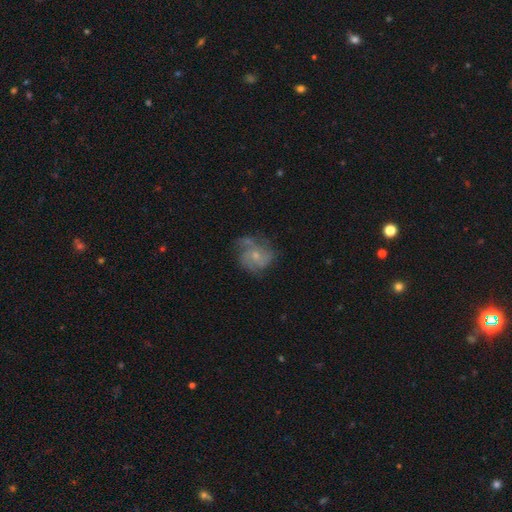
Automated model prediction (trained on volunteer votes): Morphology: type=featured or disk (68%); edge-on=no (98%); bar=no (77%); spiral arms=yes (84%); winding=medium (46%); arm count=3 (35%); bulge=small (59%); merging=none (60%).